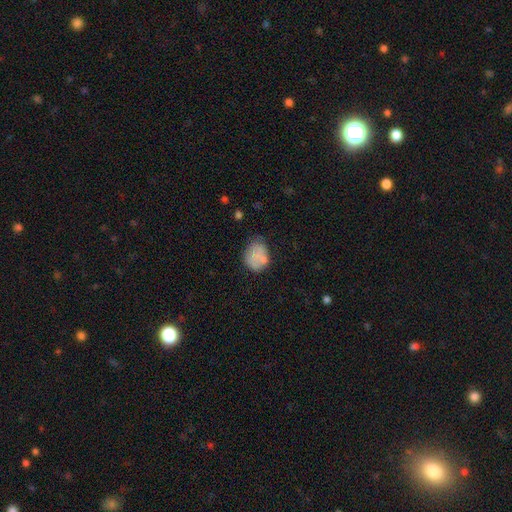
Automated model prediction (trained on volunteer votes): This appears to be a smooth galaxy with no disk features (73%) that is in between round and cigar-shaped (58%). Merging: none (49%).